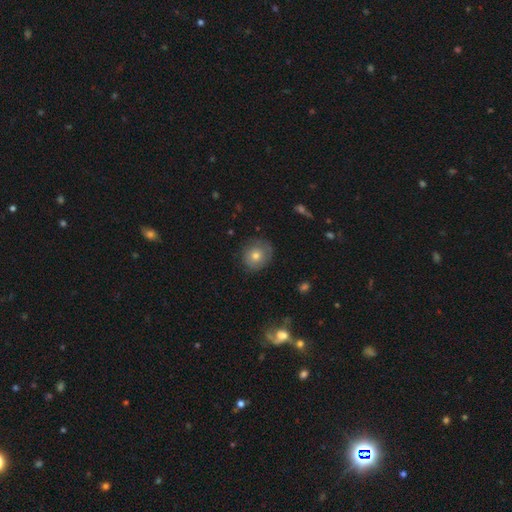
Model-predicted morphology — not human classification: Q: Smooth or featured?
A: smooth (65%); runner-up: featured or disk (24%)
Q: How rounded?
A: round (80%); runner-up: in between (19%)
Q: Merging?
A: none (79%); runner-up: minor disturbance (16%)